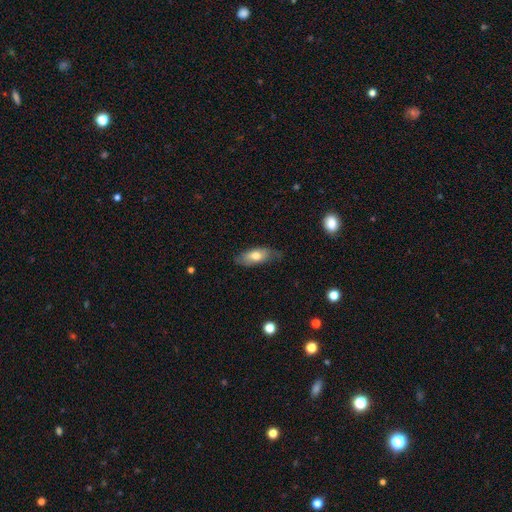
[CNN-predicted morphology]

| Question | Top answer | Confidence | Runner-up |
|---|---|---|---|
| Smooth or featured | smooth | 71% | featured or disk (23%) |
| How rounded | in between | 79% | cigar-shaped (18%) |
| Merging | none | 71% | minor disturbance (23%) |